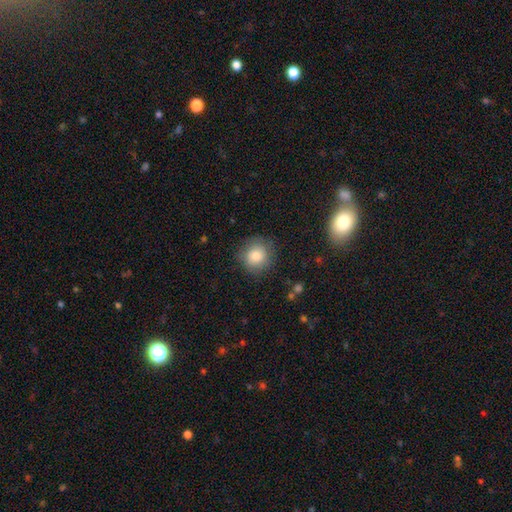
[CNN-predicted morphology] Q: Smooth or featured?
A: smooth (81%); runner-up: featured or disk (11%)
Q: How rounded?
A: round (89%); runner-up: in between (10%)
Q: Merging?
A: none (80%); runner-up: minor disturbance (15%)